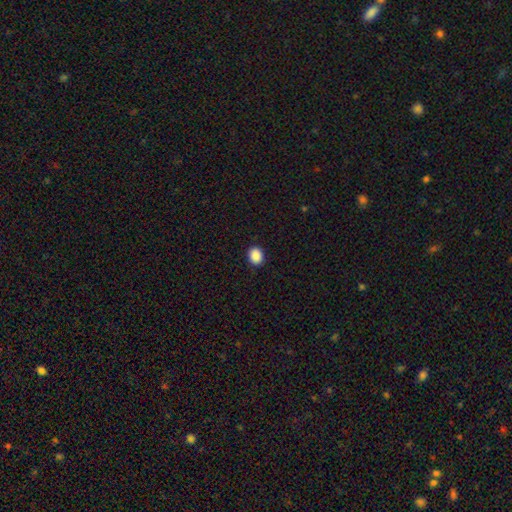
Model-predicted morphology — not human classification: smooth_or_featured: smooth (p=0.90) [alt: star or artifact p=0.08]
how_rounded: round (p=0.52) [alt: in between p=0.48]
merging: none (p=0.90) [alt: minor disturbance p=0.07]